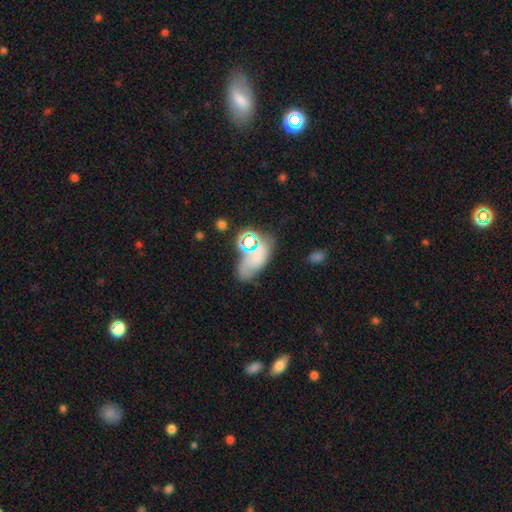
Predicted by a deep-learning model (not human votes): A smooth galaxy with no disk features (57%) that is in between round and cigar-shaped (83%). Merging: none (48%).